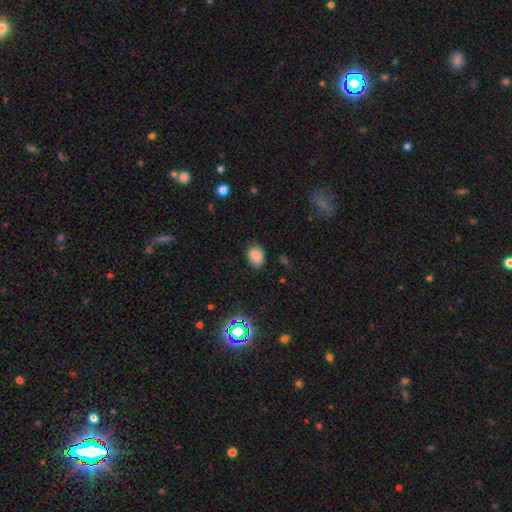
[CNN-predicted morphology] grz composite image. It shows a smooth galaxy with no disk features (81%) that is in between round and cigar-shaped (61%). Merging: none (78%).